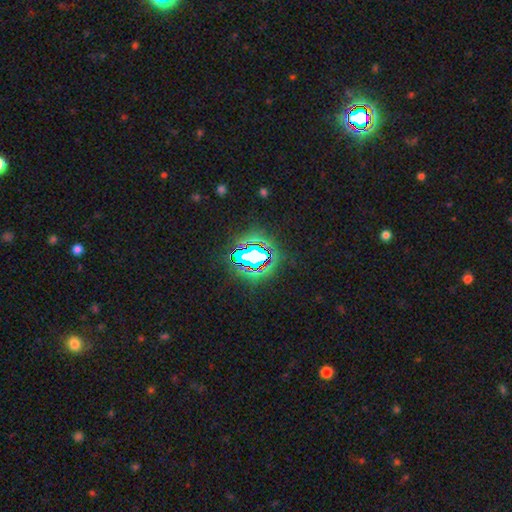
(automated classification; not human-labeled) Smooth or featured?
  - star or artifact: 72% *
  - smooth: 15%
  - featured or disk: 13%